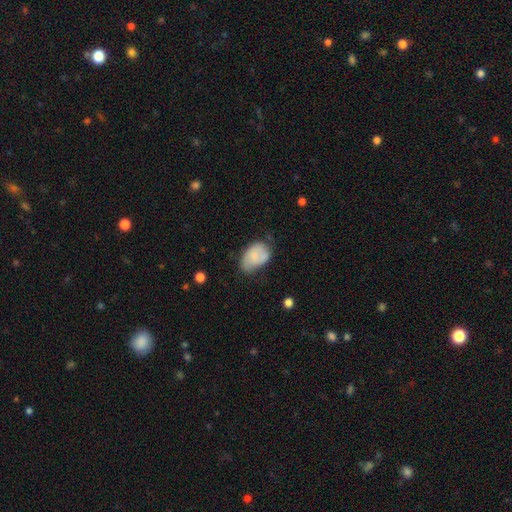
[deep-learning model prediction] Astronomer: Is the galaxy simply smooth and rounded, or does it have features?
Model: smooth — 68%.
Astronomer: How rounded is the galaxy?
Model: in between — 87%.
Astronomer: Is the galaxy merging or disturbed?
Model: none — 45% (runner-up: minor disturbance, 39%).